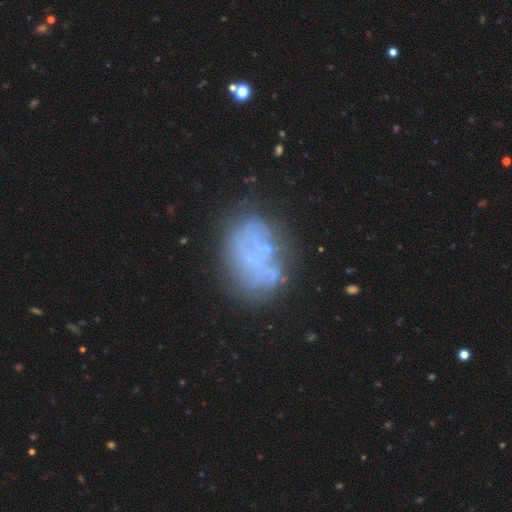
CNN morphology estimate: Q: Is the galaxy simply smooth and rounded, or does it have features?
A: featured or disk — 50%.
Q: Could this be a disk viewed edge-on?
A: no — 98%.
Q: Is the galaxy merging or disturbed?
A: none — 56%.